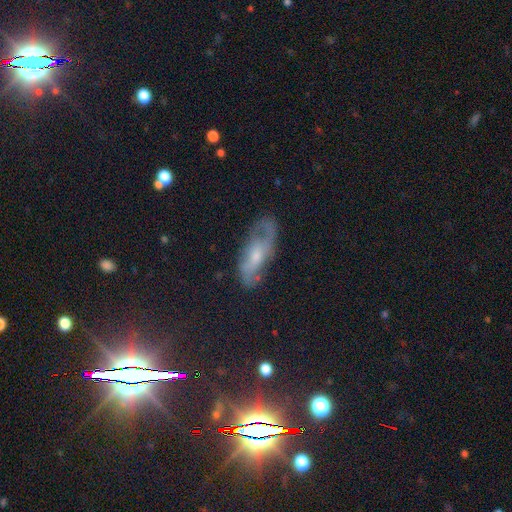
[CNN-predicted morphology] This appears to be a featured or disk galaxy (57%). Merging: none (63%).